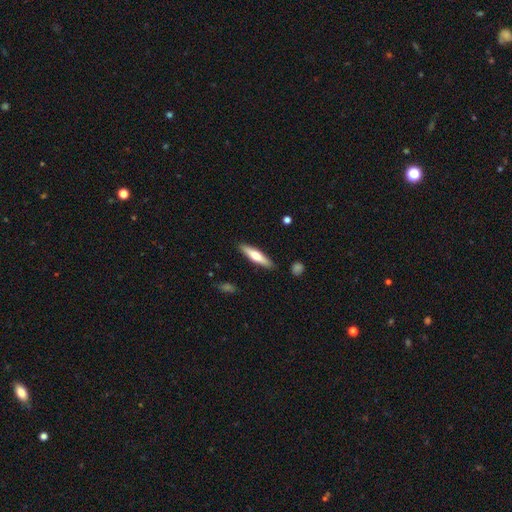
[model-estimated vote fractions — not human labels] Smooth or featured?
  - smooth: 55% *
  - featured or disk: 39%
  - star or artifact: 5%
How rounded?
  - cigar-shaped: 79% *
  - in between: 20%
  - round: 2%
Merging?
  - none: 89% *
  - minor disturbance: 8%
  - major disturbance: 2%
  - merger: 1%